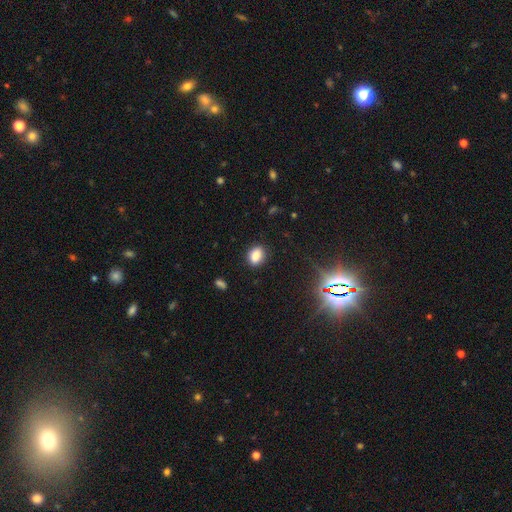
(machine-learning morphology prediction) type=smooth (83%); roundness=in between (72%); merging=none (87%).